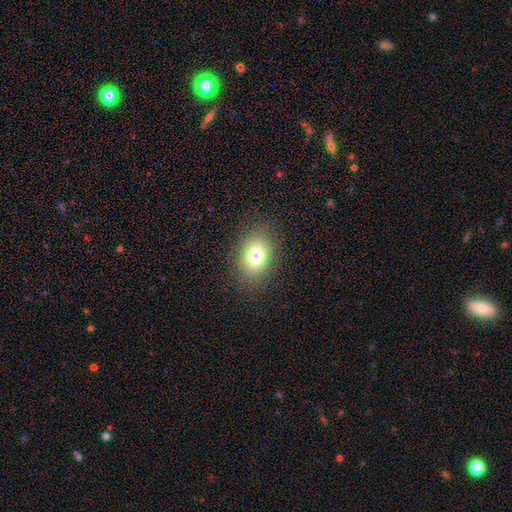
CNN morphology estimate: The model was most divided on "how rounded": in between: 77%, round: 21%, cigar-shaped: 1%. More confident: merging — none (84%); smooth or featured — smooth (77%).